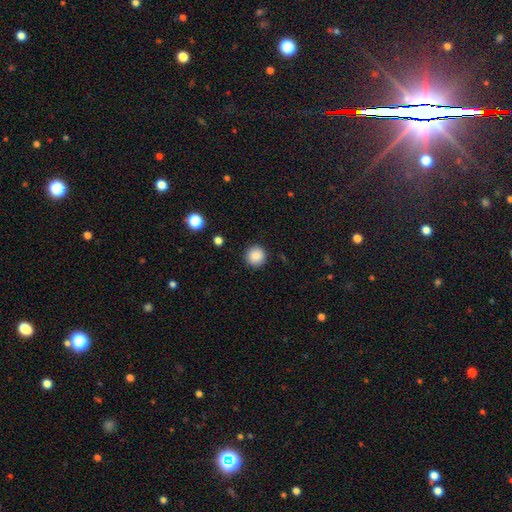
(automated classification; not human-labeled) smooth_or_featured: smooth (p=0.87) [alt: star or artifact p=0.09]
how_rounded: round (p=0.94) [alt: in between p=0.05]
merging: none (p=0.91) [alt: minor disturbance p=0.06]